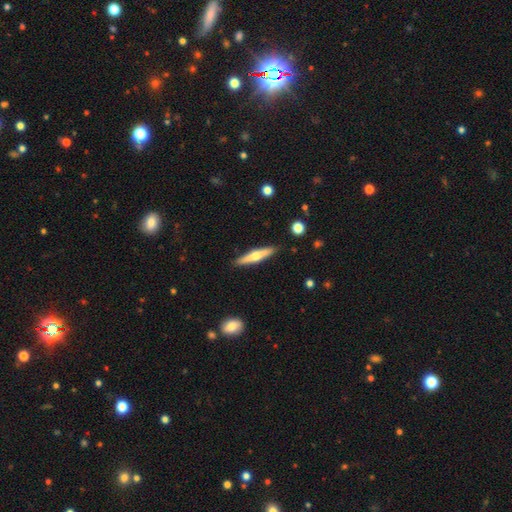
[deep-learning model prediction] smooth_or_featured: featured or disk (p=0.54) [alt: smooth p=0.40]
disk_edge_on: yes (p=0.95) [alt: no p=0.05]
edge_on_bulge: rounded (p=0.89) [alt: none p=0.08]
merging: none (p=0.89) [alt: minor disturbance p=0.08]